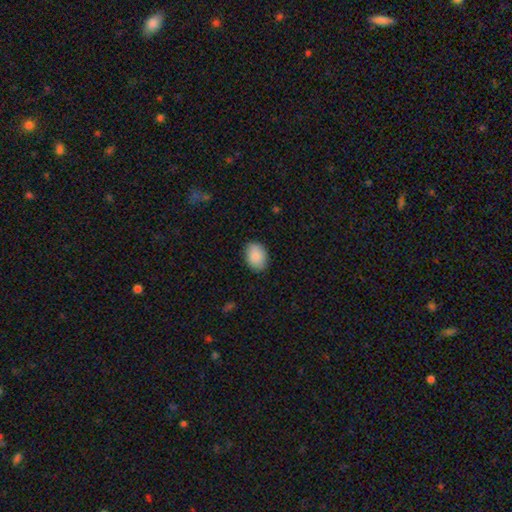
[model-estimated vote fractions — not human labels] Smooth or featured? smooth (88%)
How rounded? in between (78%)
Merging? none (86%)